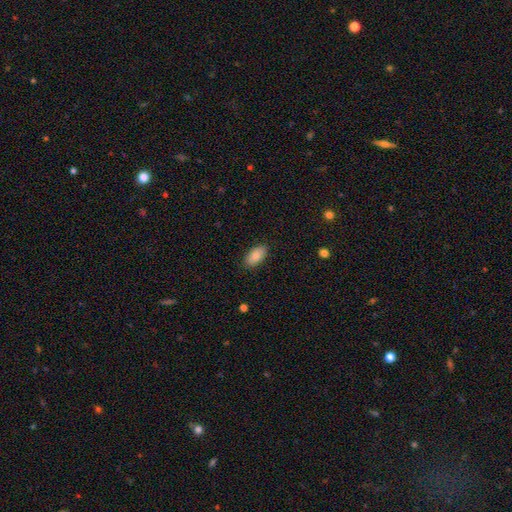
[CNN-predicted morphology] This is clearly a smooth galaxy (85%). How rounded: clearly in between (93%). Merging: clearly none (86%).